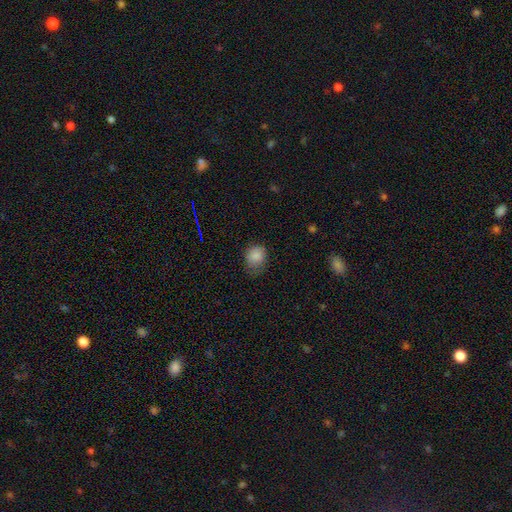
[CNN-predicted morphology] The model was most divided on "merging": none: 55%, minor disturbance: 33%, major disturbance: 10%, merger: 1%. More confident: smooth or featured — smooth (84%); how rounded — round (63%).